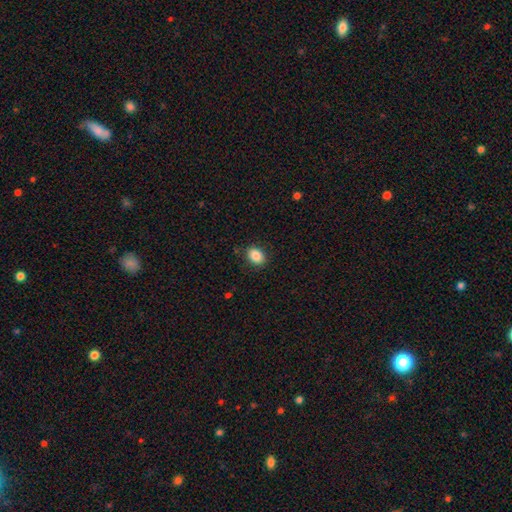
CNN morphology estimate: This is clearly a smooth galaxy (87%). How rounded: likely in between (70%). Merging: clearly none (86%).